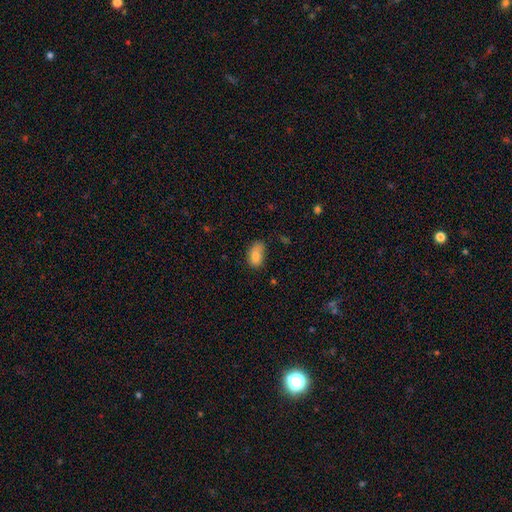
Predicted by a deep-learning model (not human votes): Morphology: type=smooth (81%); roundness=in between (87%); merging=none (44%).